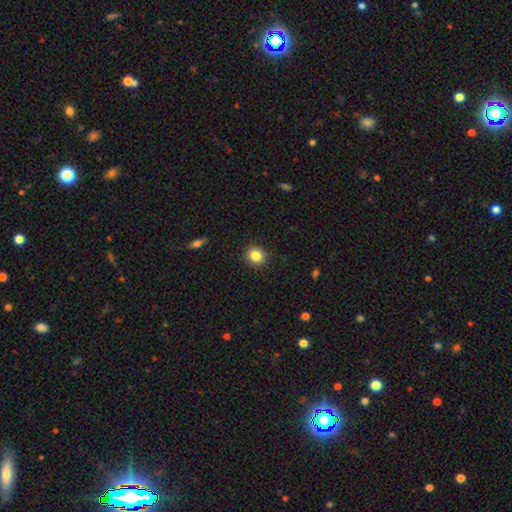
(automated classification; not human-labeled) The model was most divided on "how rounded": round: 80%, in between: 19%, cigar-shaped: 1%. More confident: merging — none (91%); smooth or featured — smooth (84%).